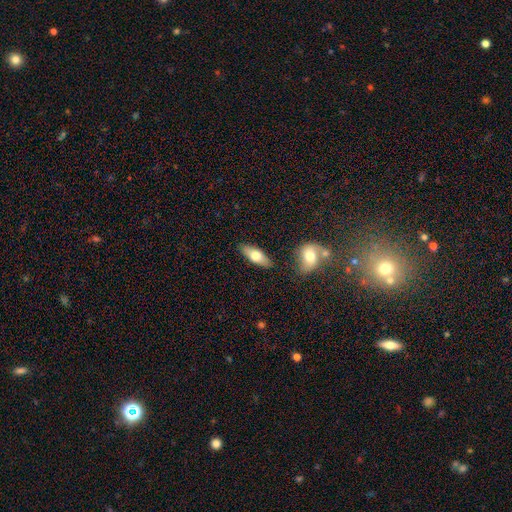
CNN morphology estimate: Smooth or featured? smooth (63%)
How rounded? in between (68%)
Merging? none (83%)